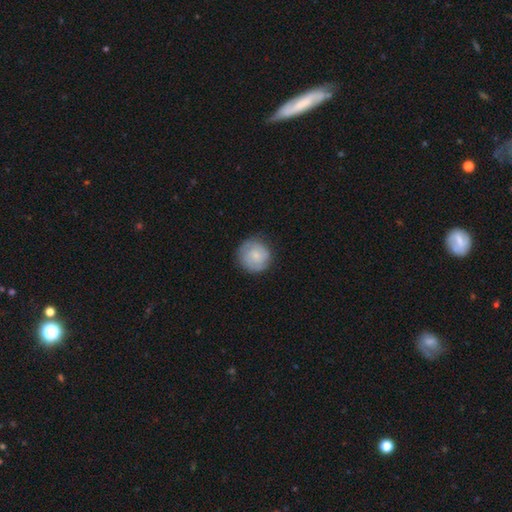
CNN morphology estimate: smooth 59%, featured or disk 35%, star or artifact 6%. Down the decision tree: how rounded — round (93%); merging — none (81%).